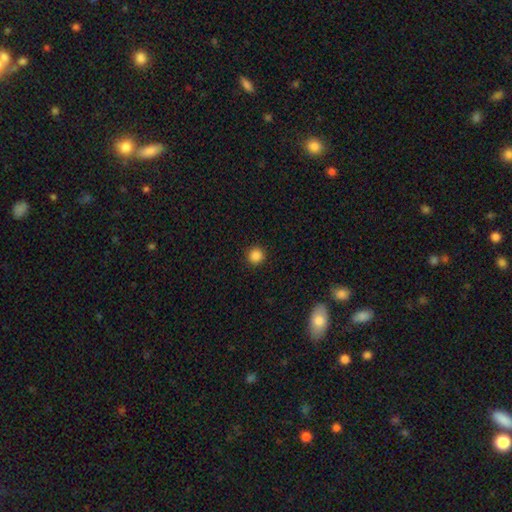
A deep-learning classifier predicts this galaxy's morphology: Overall: smooth (86%). How rounded: round (95%). Merging: none (93%).